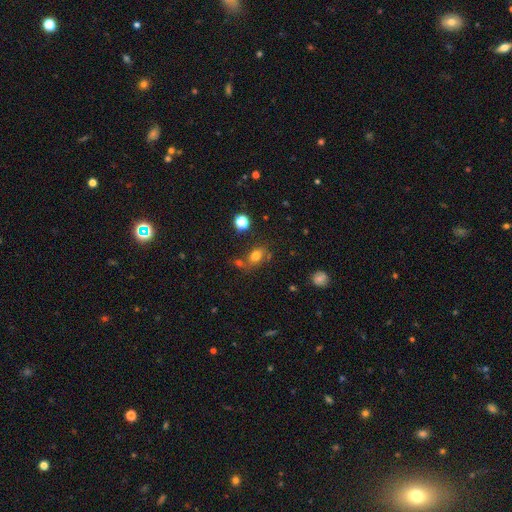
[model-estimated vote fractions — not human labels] A smooth galaxy with no disk features (74%) that is in between round and cigar-shaped (68%). Merging: none (58%).